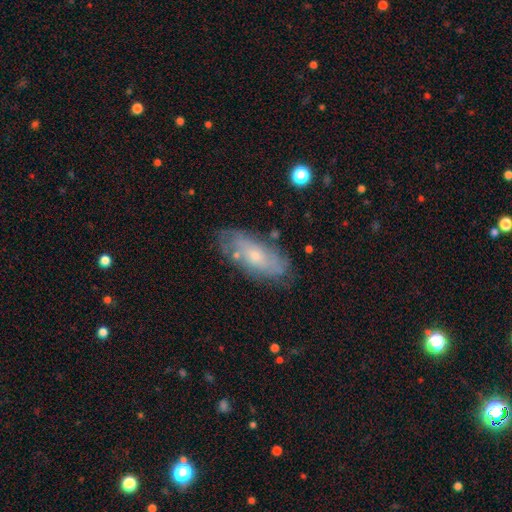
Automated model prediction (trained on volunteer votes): A featured or disk galaxy (55%).

Vote fractions:
- Smooth or featured? featured or disk: 55% / smooth: 37% / star or artifact: 8%
- Edge-on disk? no: 84% / yes: 16%
- Merging? none: 73% / minor disturbance: 19% / major disturbance: 5% / merger: 3%